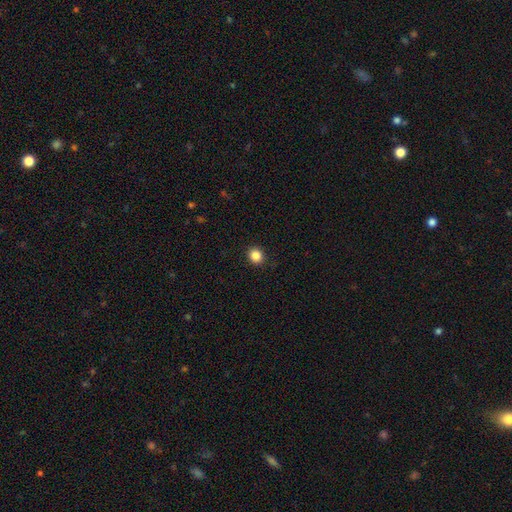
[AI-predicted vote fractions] Smooth or featured? Predicted: smooth (p=0.86). How rounded? Predicted: round (p=0.81). Merging? Predicted: none (p=0.91).